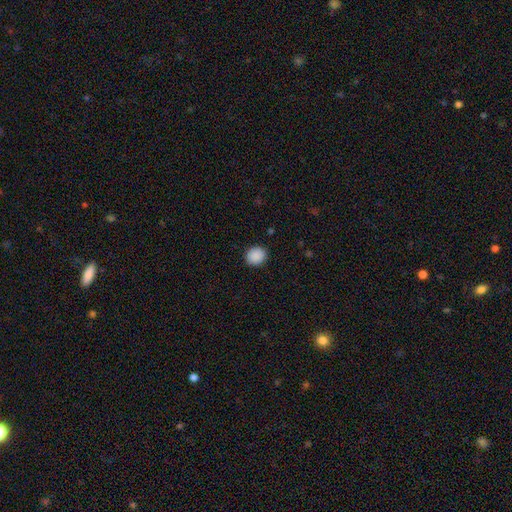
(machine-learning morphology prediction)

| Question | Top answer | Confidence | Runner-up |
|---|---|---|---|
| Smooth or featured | smooth | 90% | star or artifact (8%) |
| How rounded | round | 78% | in between (21%) |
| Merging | none | 91% | minor disturbance (6%) |